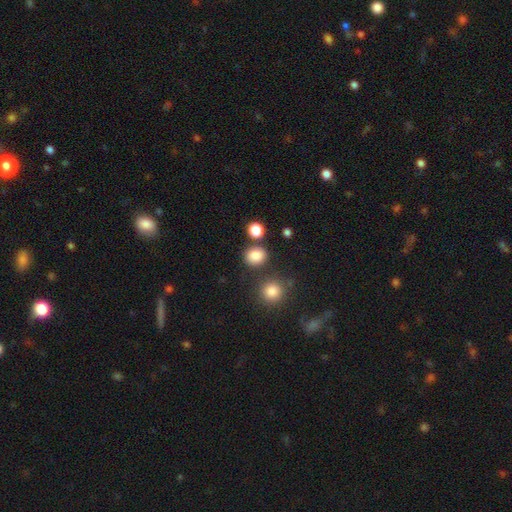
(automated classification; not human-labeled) Smooth or featured? smooth (85%)
How rounded? round (71%)
Merging? none (78%)